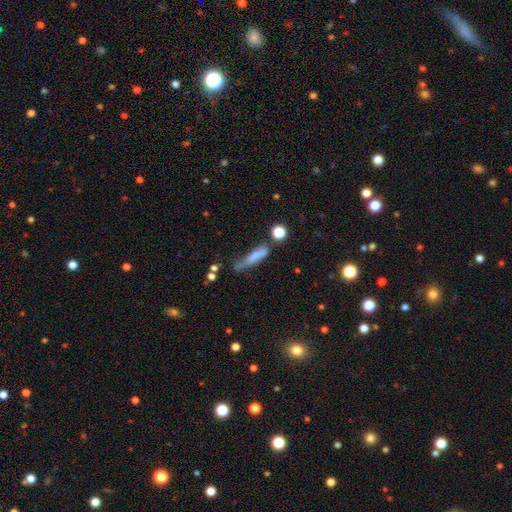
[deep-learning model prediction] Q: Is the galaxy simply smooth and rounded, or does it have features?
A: smooth — 66%.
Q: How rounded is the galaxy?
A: cigar-shaped — 77%.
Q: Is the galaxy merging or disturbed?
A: none — 40%.